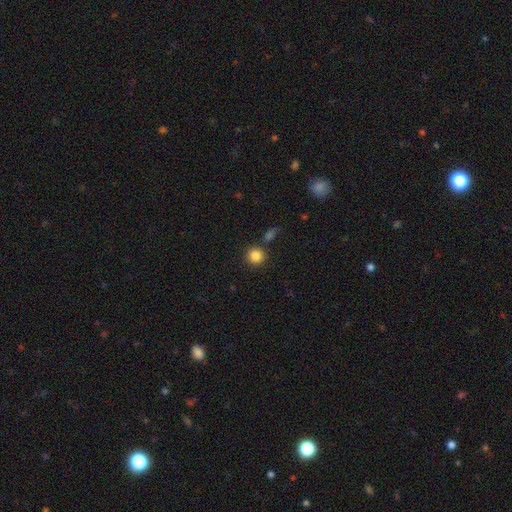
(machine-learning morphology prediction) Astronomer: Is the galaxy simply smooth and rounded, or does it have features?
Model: smooth — 85%.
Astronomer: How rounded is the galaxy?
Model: round — 93%.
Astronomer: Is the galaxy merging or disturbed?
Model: none — 81%.